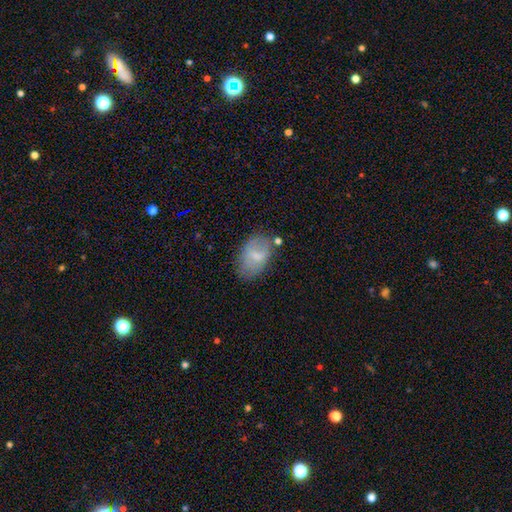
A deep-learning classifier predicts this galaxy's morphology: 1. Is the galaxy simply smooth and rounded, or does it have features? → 61% smooth, 31% featured or disk, 8% star or artifact.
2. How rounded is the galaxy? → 89% in between, 9% round, 2% cigar-shaped.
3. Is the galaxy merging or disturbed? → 62% none, 24% minor disturbance, 8% major disturbance, 5% merger.